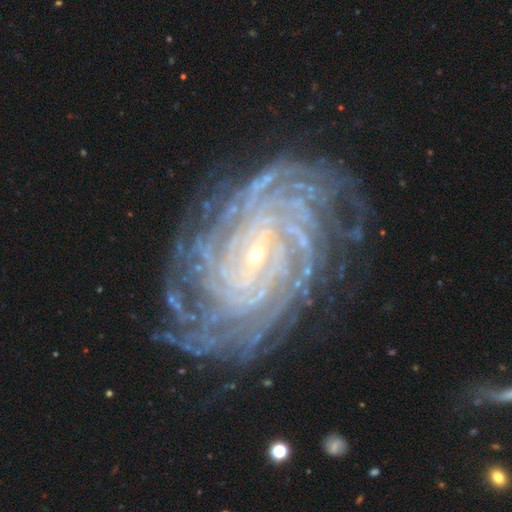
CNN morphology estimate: Q: Smooth or featured?
A: featured or disk (91%); runner-up: star or artifact (5%)
Q: Edge-on disk?
A: no (97%); runner-up: yes (3%)
Q: Bar?
A: weak (40%); runner-up: no (38%)
Q: Spiral arms?
A: yes (98%); runner-up: no (2%)
Q: Spiral winding?
A: tight (86%); runner-up: medium (12%)
Q: Spiral arm count?
A: more than 4 (40%); runner-up: can't tell (17%)
Q: Bulge size?
A: small (81%); runner-up: moderate (15%)
Q: Merging?
A: none (80%); runner-up: minor disturbance (14%)